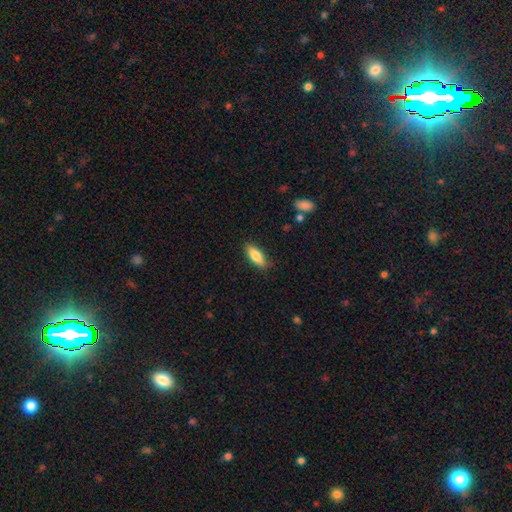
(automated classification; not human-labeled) Q: Smooth or featured?
A: smooth (81%); runner-up: featured or disk (13%)
Q: How rounded?
A: in between (69%); runner-up: cigar-shaped (29%)
Q: Merging?
A: none (85%); runner-up: minor disturbance (12%)